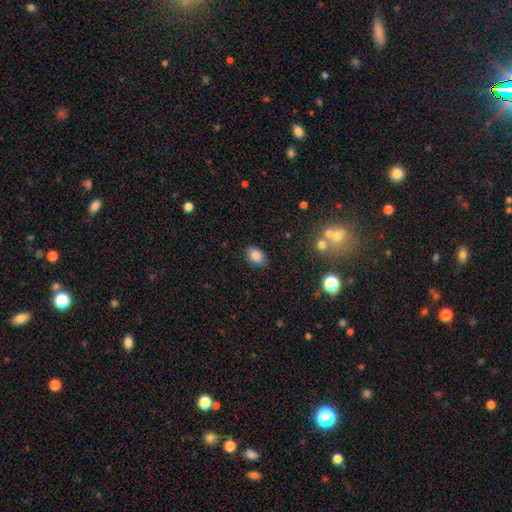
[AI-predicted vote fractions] smooth_or_featured: smooth (p=0.85) [alt: star or artifact p=0.09]
how_rounded: in between (p=0.85) [alt: round p=0.13]
merging: none (p=0.85) [alt: minor disturbance p=0.11]